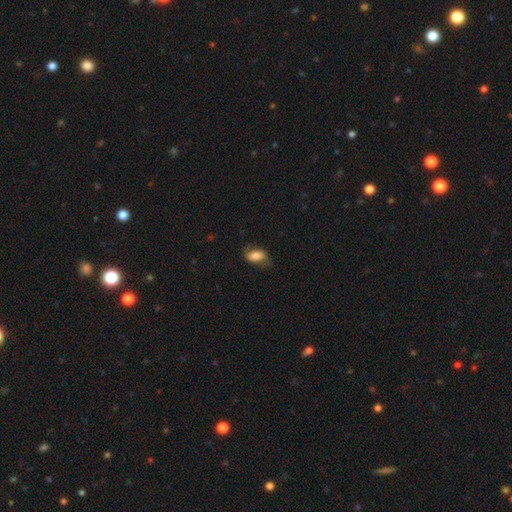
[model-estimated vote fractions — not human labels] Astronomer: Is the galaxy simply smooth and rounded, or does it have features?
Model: smooth — 72%.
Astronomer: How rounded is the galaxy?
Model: in between — 88%.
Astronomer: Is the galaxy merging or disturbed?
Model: none — 57%.